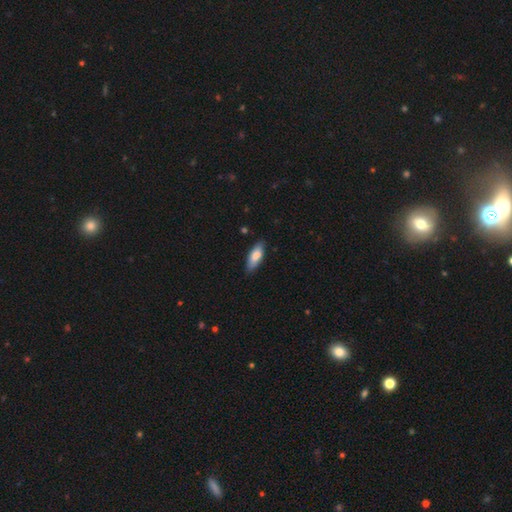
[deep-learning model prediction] smooth-or-featured: smooth: 79% | featured or disk: 16% | star or artifact: 6%
  how-rounded: in between: 69% | cigar-shaped: 29% | round: 2%
  merging: none: 83% | minor disturbance: 14% | major disturbance: 2% | merger: 1%